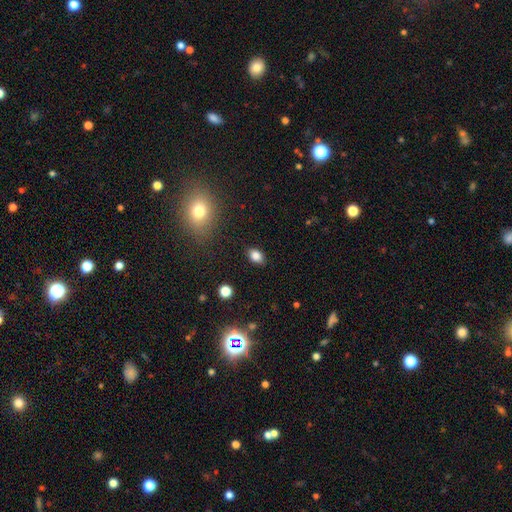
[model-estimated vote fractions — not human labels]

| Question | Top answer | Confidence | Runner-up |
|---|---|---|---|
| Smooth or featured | smooth | 82% | star or artifact (11%) |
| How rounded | in between | 81% | round (17%) |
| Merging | none | 86% | minor disturbance (10%) |